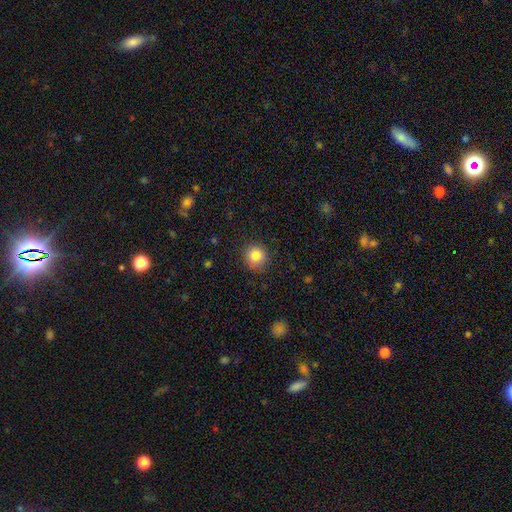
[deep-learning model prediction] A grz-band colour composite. It shows a smooth galaxy with no disk features (85%) that is round (91%). Merging: none (88%).